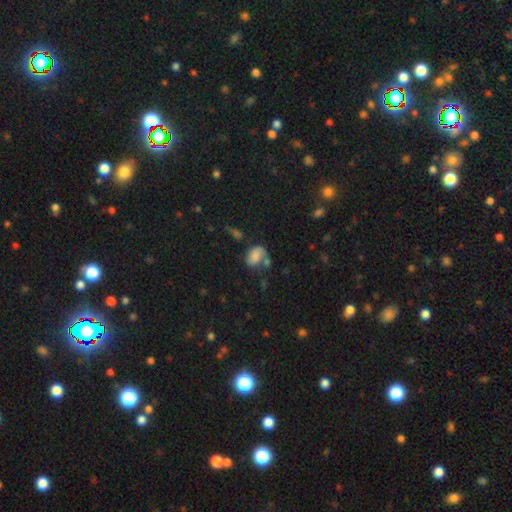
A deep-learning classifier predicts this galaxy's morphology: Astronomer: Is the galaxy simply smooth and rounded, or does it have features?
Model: smooth — 62%.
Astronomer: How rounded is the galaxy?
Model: in between — 73%.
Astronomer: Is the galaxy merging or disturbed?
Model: none — 37% (runner-up: minor disturbance, 24%).